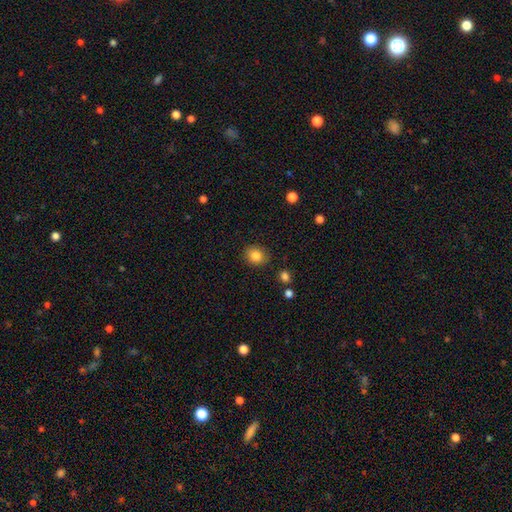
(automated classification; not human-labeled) A smooth galaxy with no disk features (85%) that is round (66%). Merging: none (86%).